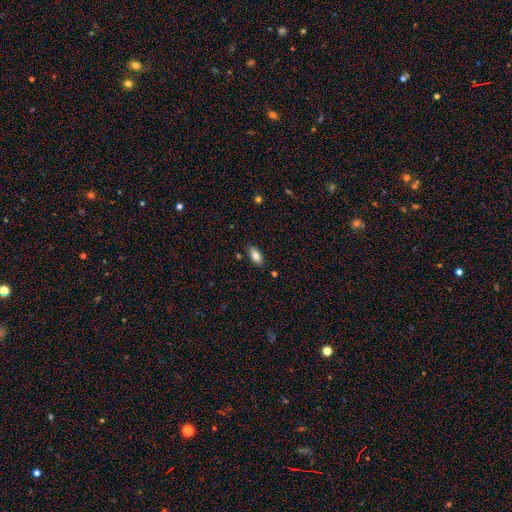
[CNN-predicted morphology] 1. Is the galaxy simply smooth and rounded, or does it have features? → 82% smooth, 11% featured or disk, 7% star or artifact.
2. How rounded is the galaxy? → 88% in between, 10% cigar-shaped, 2% round.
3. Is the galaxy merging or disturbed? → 84% none, 11% minor disturbance, 2% merger, 2% major disturbance.